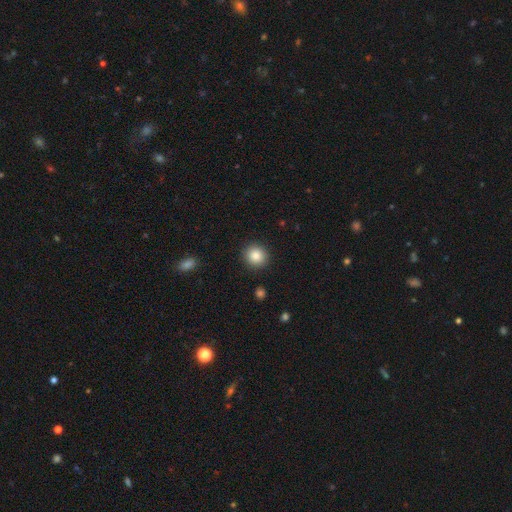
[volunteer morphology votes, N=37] A smooth galaxy with no disk features (86%) that is round (88%).

Vote fractions:
- Smooth or featured? smooth: 86% / star or artifact: 8% / featured or disk: 5%
- How rounded? round: 88% / in between: 12% / cigar-shaped: 0%
- Merging? none: 97% / merger: 3% / minor disturbance: 0% / major disturbance: 0%